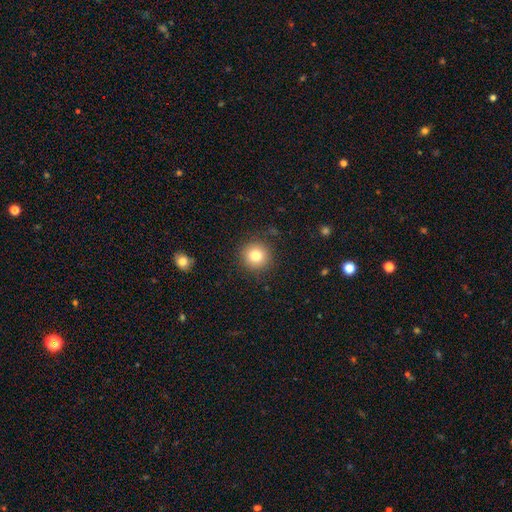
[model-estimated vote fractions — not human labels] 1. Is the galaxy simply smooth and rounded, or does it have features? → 81% smooth, 11% star or artifact, 8% featured or disk.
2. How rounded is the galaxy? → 93% round, 6% in between, 1% cigar-shaped.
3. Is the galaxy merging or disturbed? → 90% none, 7% minor disturbance, 2% major disturbance, 1% merger.